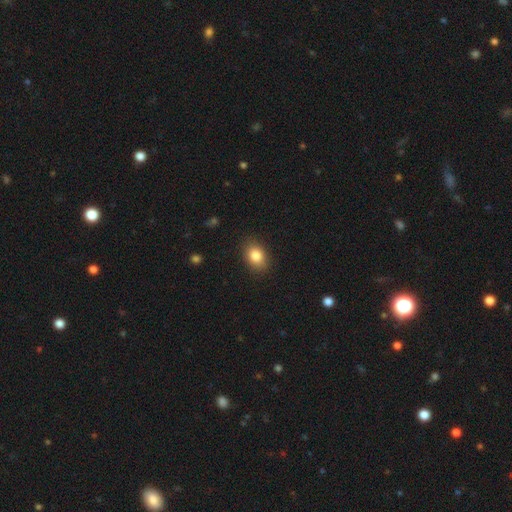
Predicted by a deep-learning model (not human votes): smooth_or_featured: smooth (p=0.84) [alt: star or artifact p=0.09]
how_rounded: in between (p=0.68) [alt: round p=0.30]
merging: none (p=0.86) [alt: minor disturbance p=0.10]